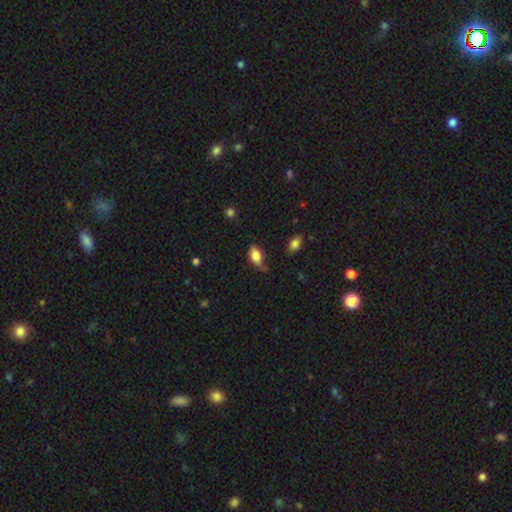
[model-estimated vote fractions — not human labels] Q: Smooth or featured?
A: smooth (80%); runner-up: featured or disk (13%)
Q: How rounded?
A: in between (89%); runner-up: cigar-shaped (6%)
Q: Merging?
A: none (57%); runner-up: minor disturbance (31%)